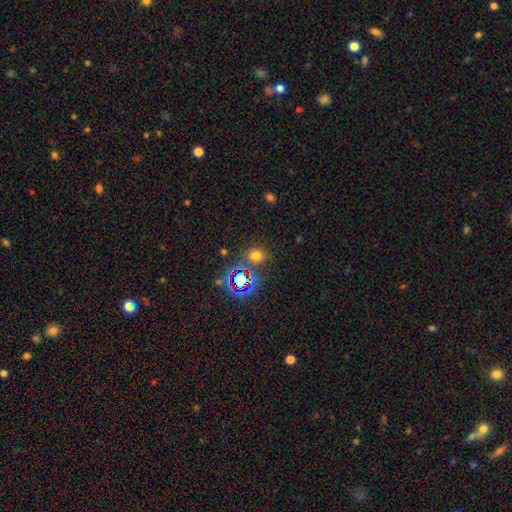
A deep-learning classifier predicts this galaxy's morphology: smooth_or_featured: smooth (p=0.59) [alt: star or artifact p=0.34]
how_rounded: round (p=0.62) [alt: in between p=0.37]
merging: none (p=0.74) [alt: minor disturbance p=0.12]